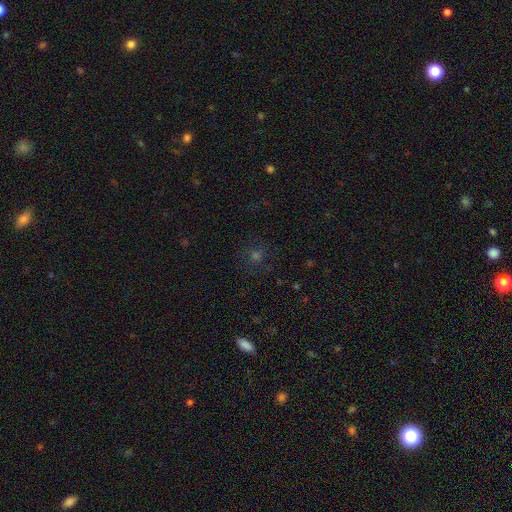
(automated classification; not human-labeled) smooth-or-featured: smooth: 50% | star or artifact: 39% | featured or disk: 11%
  how-rounded: round: 89% | in between: 10% | cigar-shaped: 1%
  merging: none: 85% | minor disturbance: 10% | major disturbance: 4% | merger: 2%